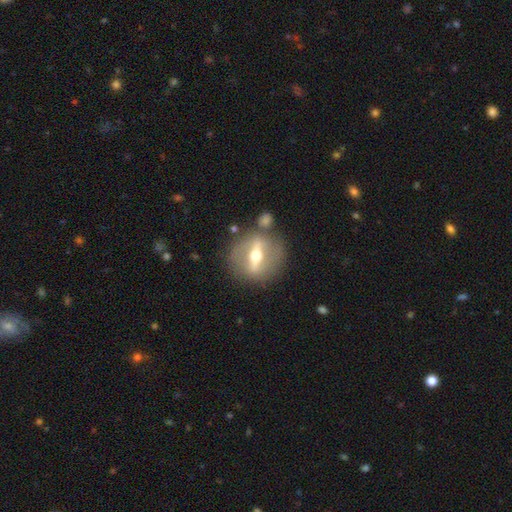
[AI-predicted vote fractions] Smooth or featured: featured or disk — 74% (smooth — 19%)
Edge-on disk: no — 54% (yes — 46%)
Merging: none — 77% (minor disturbance — 11%)